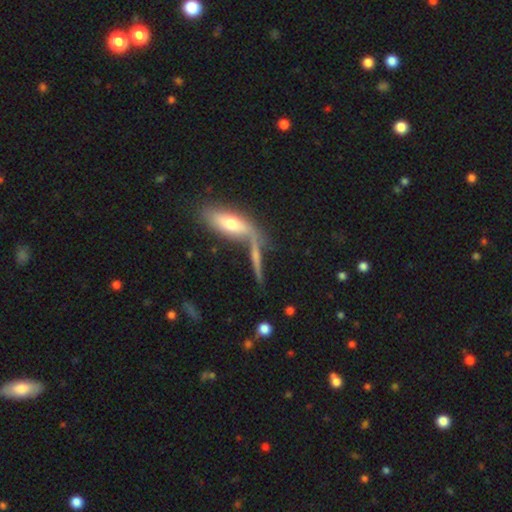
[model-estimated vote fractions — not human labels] Smooth or featured? Predicted: featured or disk (p=0.49). Merging? Predicted: none (p=0.53).